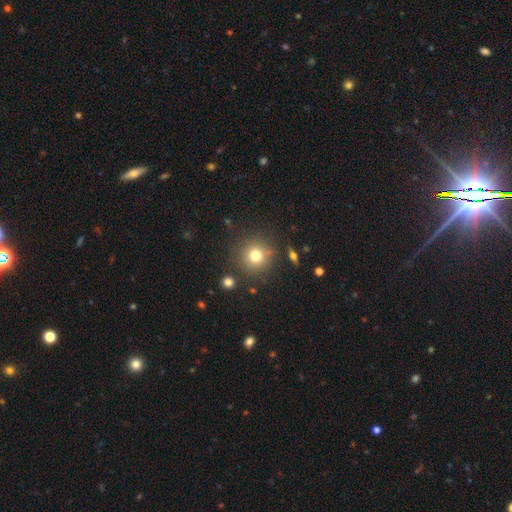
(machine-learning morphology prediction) Overall: smooth (77%). How rounded: round (94%). Merging: none (85%).